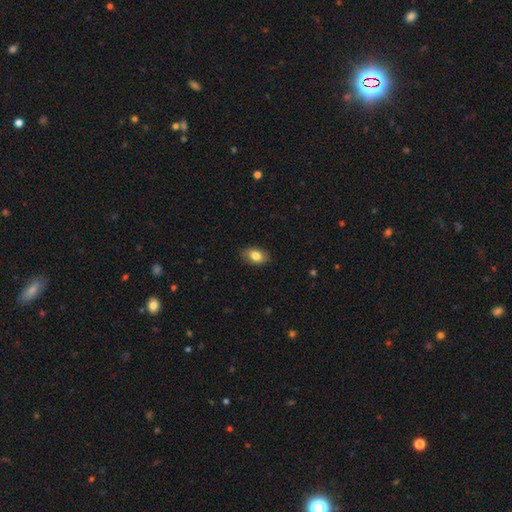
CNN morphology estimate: Smooth or featured?
  - smooth: 82% *
  - featured or disk: 11%
  - star or artifact: 8%
How rounded?
  - in between: 87% *
  - round: 11%
  - cigar-shaped: 2%
Merging?
  - none: 85% *
  - minor disturbance: 12%
  - major disturbance: 2%
  - merger: 1%